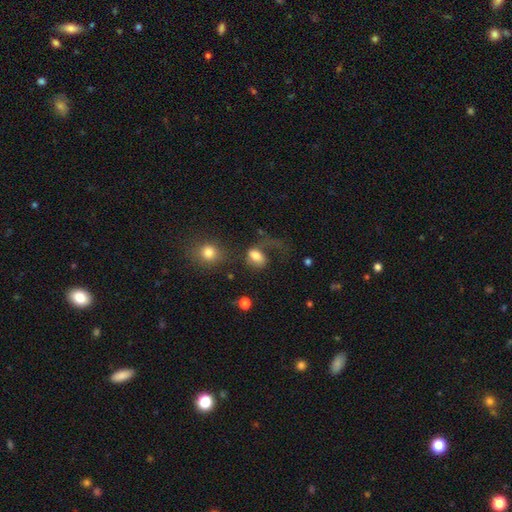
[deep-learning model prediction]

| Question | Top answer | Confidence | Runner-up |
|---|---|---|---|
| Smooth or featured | smooth | 71% | featured or disk (19%) |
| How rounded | in between | 76% | round (22%) |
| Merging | major disturbance | 42% | none (31%) |